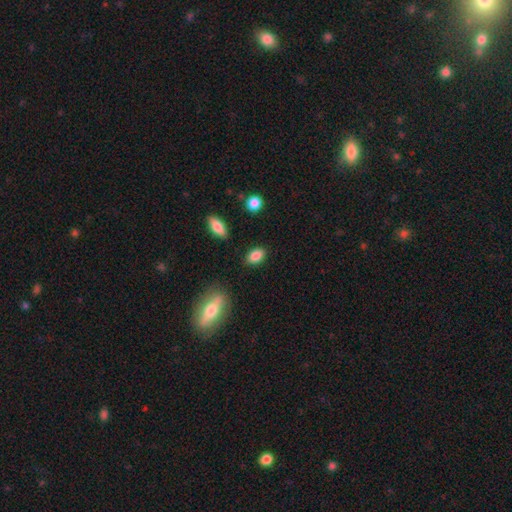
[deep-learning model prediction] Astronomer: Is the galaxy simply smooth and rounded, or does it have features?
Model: smooth — 86%.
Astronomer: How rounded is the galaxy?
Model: in between — 86%.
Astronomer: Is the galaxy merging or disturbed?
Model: none — 86%.